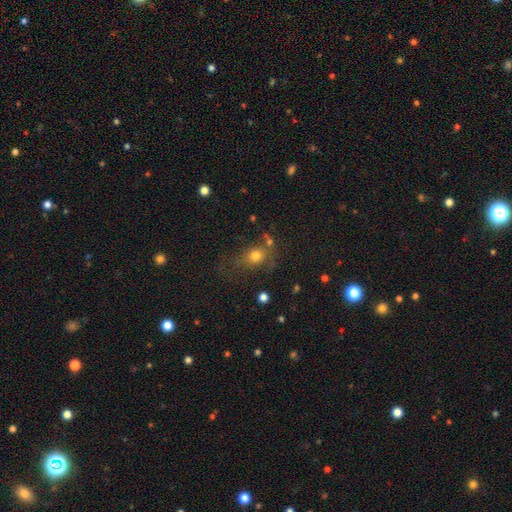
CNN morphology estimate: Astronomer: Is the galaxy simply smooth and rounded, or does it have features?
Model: smooth — 72%.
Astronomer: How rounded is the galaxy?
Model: round — 51% (runner-up: in between, 46%).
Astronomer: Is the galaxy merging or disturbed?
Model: none — 53%.